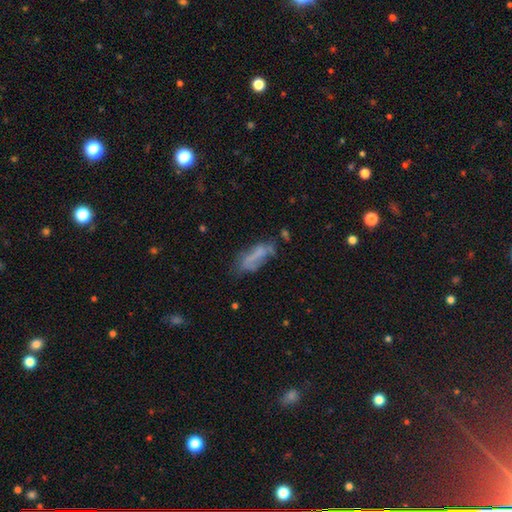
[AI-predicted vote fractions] smooth 50%, featured or disk 37%, star or artifact 13%. Down the decision tree: how rounded — in between (61%); merging — none (41%).